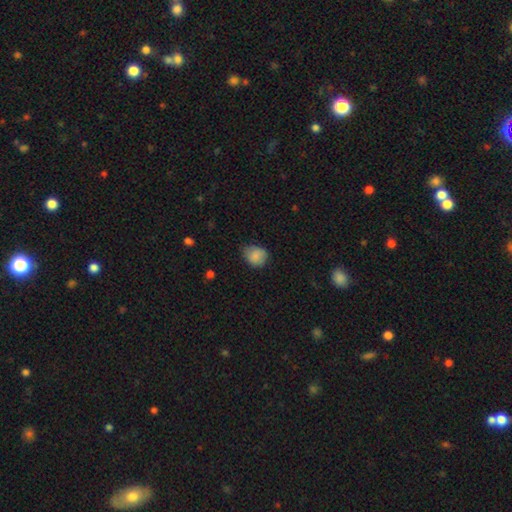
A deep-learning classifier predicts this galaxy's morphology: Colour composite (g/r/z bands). It shows a smooth galaxy with no disk features (84%) that is round (61%). Merging: none (61%).